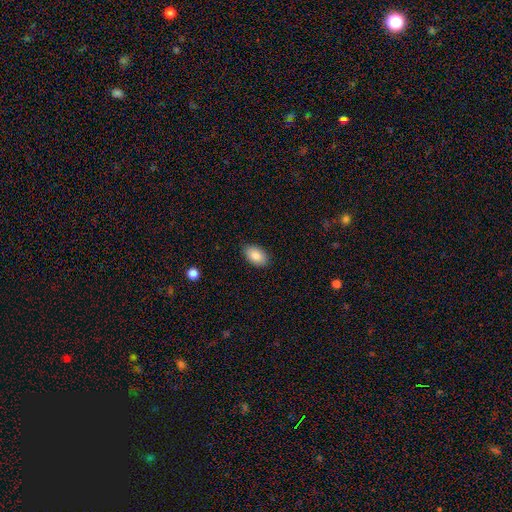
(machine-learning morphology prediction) smooth_or_featured: smooth (p=0.86) [alt: star or artifact p=0.07]
how_rounded: in between (p=0.92) [alt: round p=0.07]
merging: none (p=0.85) [alt: minor disturbance p=0.11]